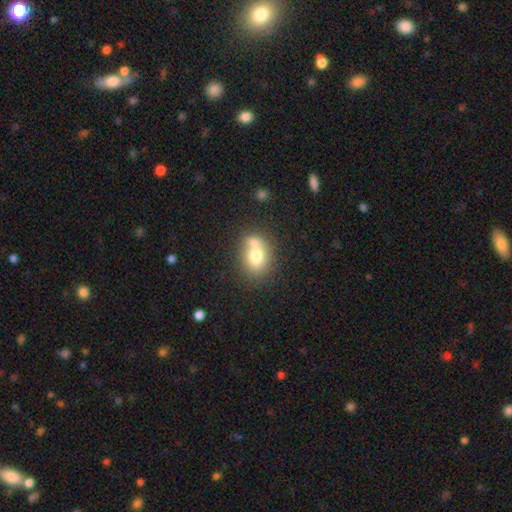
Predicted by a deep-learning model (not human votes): Morphology: type=smooth (73%); roundness=in between (51%); merging=none (42%).